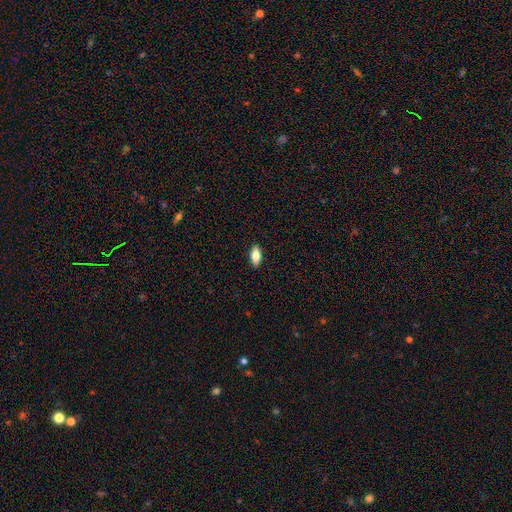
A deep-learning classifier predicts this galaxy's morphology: A smooth galaxy with no disk features (75%) that is in between round and cigar-shaped (86%). Merging: none (90%).